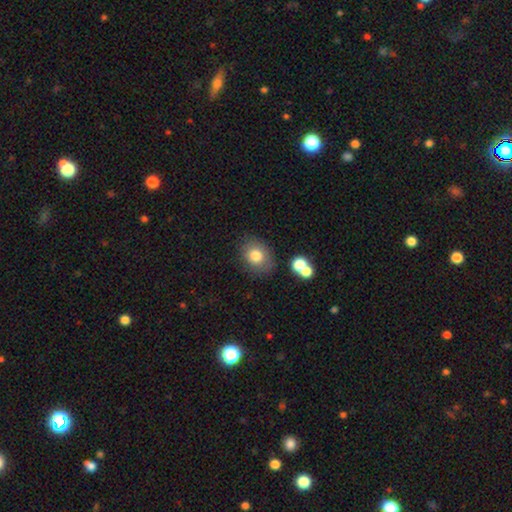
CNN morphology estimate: type=smooth (78%); roundness=round (50%); merging=none (78%).